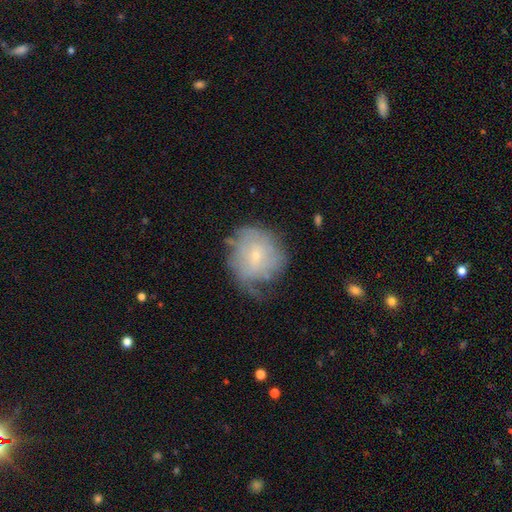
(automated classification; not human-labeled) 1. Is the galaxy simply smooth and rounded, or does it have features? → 47% featured or disk, 43% smooth, 10% star or artifact.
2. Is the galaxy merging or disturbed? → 45% none, 32% minor disturbance, 21% major disturbance, 2% merger.